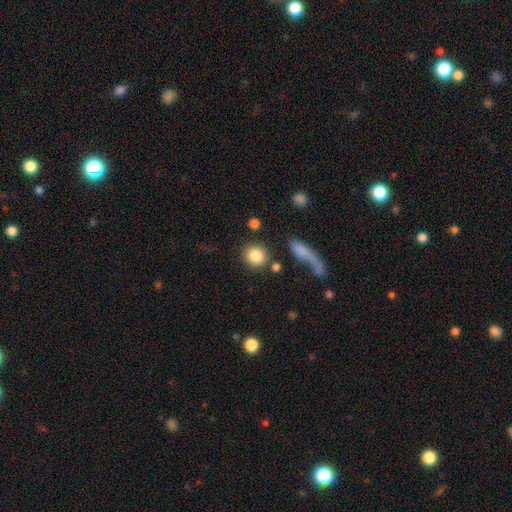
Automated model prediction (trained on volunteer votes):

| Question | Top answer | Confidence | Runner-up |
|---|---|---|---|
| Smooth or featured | smooth | 84% | star or artifact (8%) |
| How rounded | round | 85% | in between (13%) |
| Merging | none | 79% | minor disturbance (9%) |